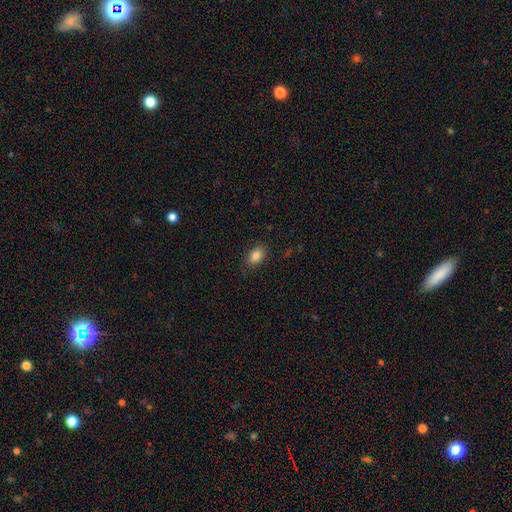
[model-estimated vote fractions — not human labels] A smooth galaxy with no disk features (86%) that is in between round and cigar-shaped (82%). Merging: none (86%).